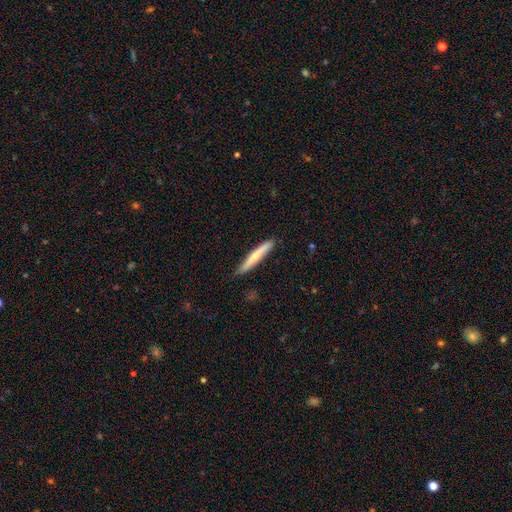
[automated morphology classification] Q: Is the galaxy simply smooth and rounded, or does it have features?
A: smooth — 55%.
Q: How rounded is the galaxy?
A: cigar-shaped — 94%.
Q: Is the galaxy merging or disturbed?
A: none — 83%.